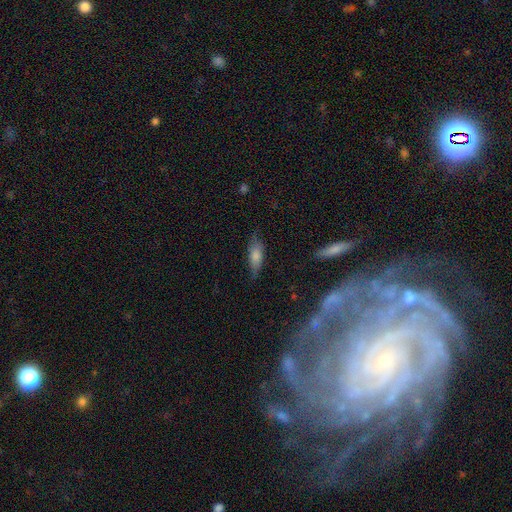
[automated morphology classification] Q: Smooth or featured?
A: smooth (71%); runner-up: featured or disk (21%)
Q: How rounded?
A: in between (62%); runner-up: cigar-shaped (35%)
Q: Merging?
A: none (67%); runner-up: minor disturbance (25%)